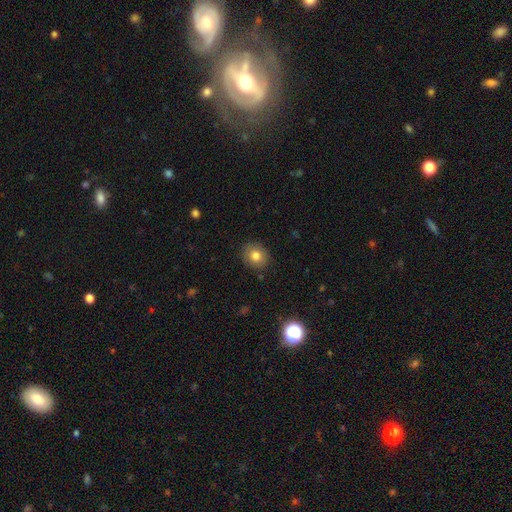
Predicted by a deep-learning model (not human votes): The model was most divided on "how rounded": round: 73%, in between: 27%, cigar-shaped: 1%. More confident: merging — none (88%); smooth or featured — smooth (79%).